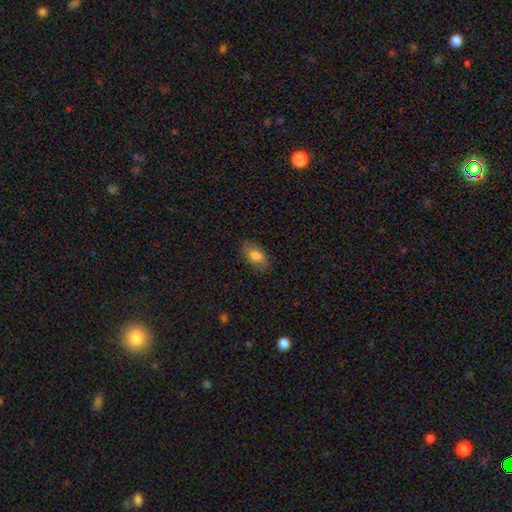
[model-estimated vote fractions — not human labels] The model was most divided on "smooth or featured": smooth: 78%, featured or disk: 15%, star or artifact: 8%. More confident: how rounded — in between (89%); merging — none (82%).